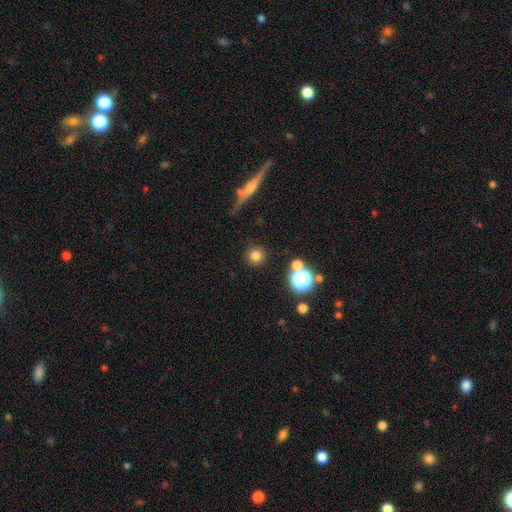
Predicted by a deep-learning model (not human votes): Morphology: type=smooth (78%); roundness=round (94%); merging=none (87%).